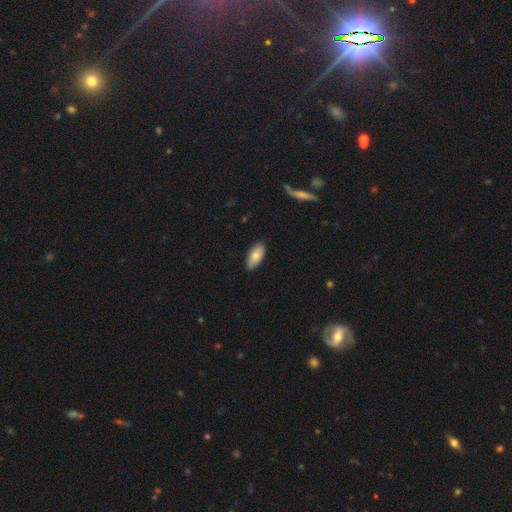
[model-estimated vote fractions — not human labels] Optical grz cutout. It shows a smooth galaxy with no disk features (77%) that is in between round and cigar-shaped (92%). Merging: none (84%).